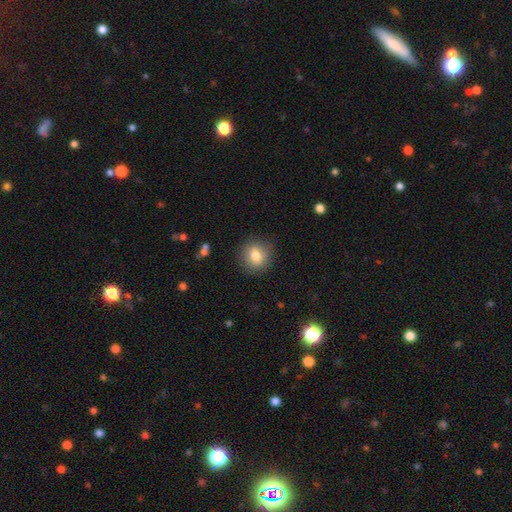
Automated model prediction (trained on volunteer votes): Overall: smooth (80%). How rounded: round (84%). Merging: none (88%).